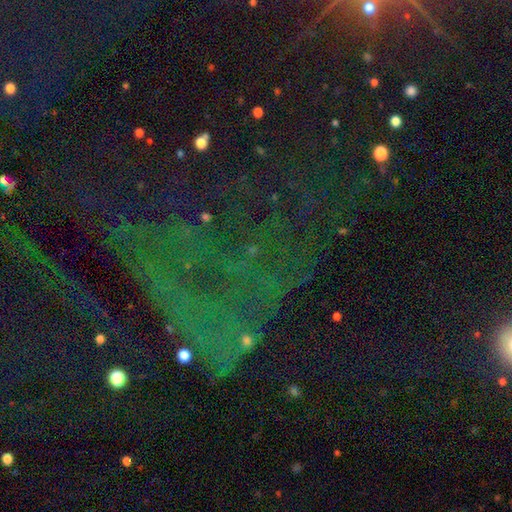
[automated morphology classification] This is likely a star or artifact rather than a galaxy (72%).